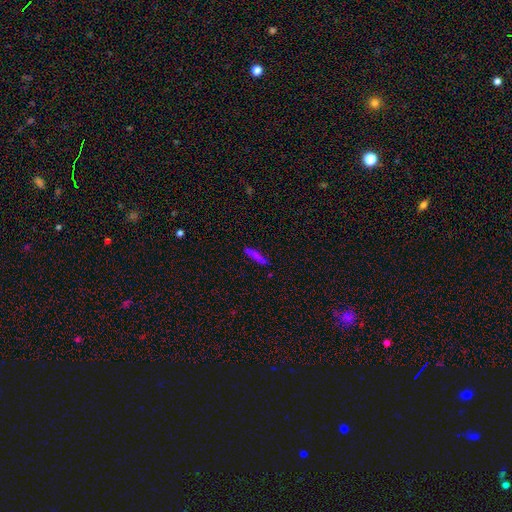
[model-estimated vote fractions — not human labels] Q: Smooth or featured?
A: smooth (75%); runner-up: featured or disk (16%)
Q: How rounded?
A: cigar-shaped (86%); runner-up: in between (12%)
Q: Merging?
A: none (77%); runner-up: minor disturbance (16%)